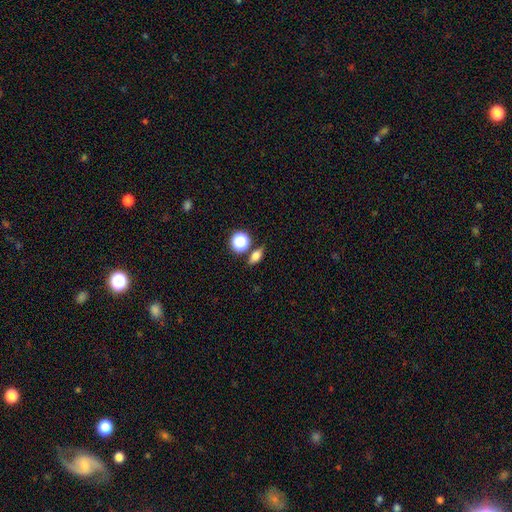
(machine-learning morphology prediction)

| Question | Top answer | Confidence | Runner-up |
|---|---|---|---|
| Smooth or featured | smooth | 69% | featured or disk (16%) |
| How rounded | in between | 63% | round (25%) |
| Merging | none | 75% | minor disturbance (13%) |